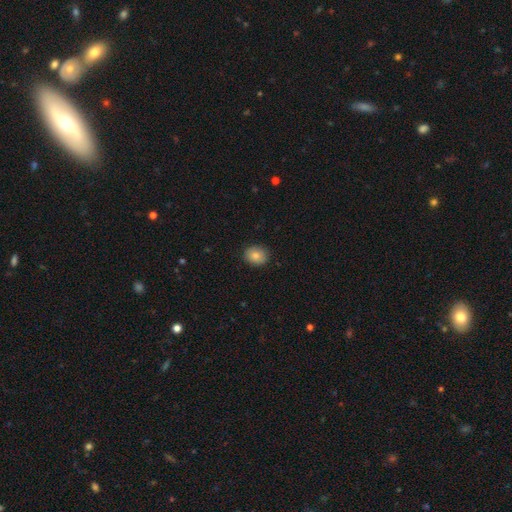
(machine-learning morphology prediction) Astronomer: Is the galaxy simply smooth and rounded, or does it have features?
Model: smooth — 84%.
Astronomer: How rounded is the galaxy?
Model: round — 65%.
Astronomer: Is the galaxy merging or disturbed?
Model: none — 88%.